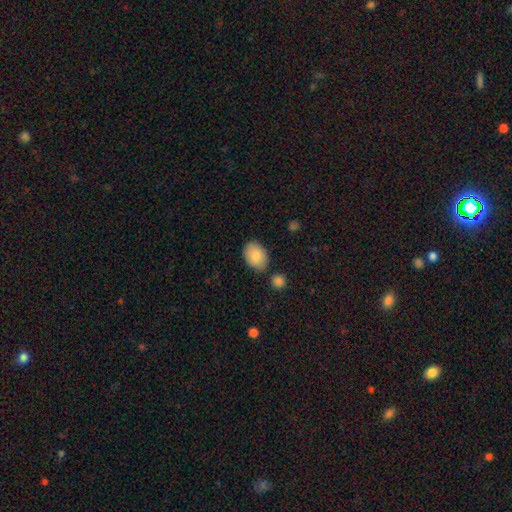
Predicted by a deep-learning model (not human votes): A smooth galaxy with no disk features (86%) that is in between round and cigar-shaped (81%).

Vote fractions:
- Smooth or featured? smooth: 86% / featured or disk: 8% / star or artifact: 6%
- How rounded? in between: 81% / round: 18% / cigar-shaped: 1%
- Merging? none: 76% / minor disturbance: 15% / merger: 6% / major disturbance: 3%